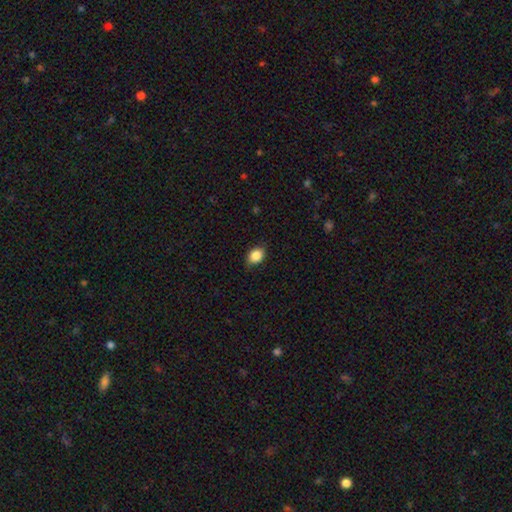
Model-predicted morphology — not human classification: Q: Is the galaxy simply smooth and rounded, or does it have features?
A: smooth — 87%.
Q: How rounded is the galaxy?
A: in between — 69%.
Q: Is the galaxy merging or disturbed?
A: none — 81%.